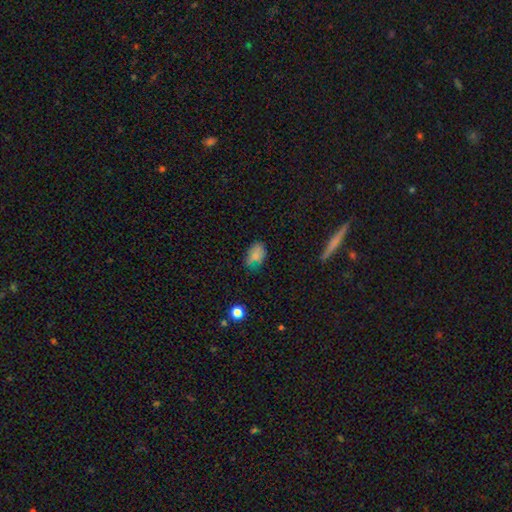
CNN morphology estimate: smooth 75%, star or artifact 15%, featured or disk 11%. Down the decision tree: how rounded — in between (84%); merging — none (54%).